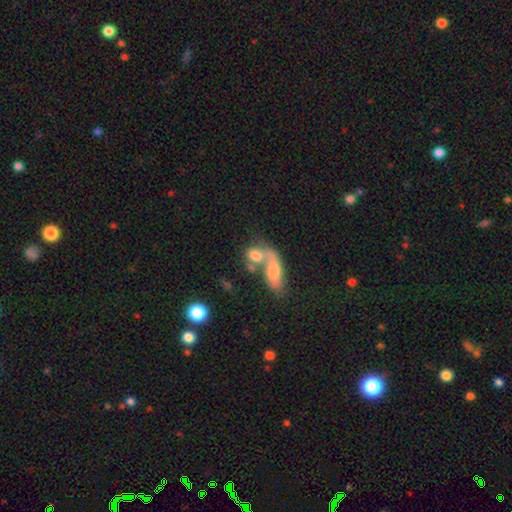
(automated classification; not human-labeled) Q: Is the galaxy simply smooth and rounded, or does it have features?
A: smooth — 65%.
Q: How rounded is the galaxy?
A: in between — 70%.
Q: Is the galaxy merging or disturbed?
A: merger — 65%.